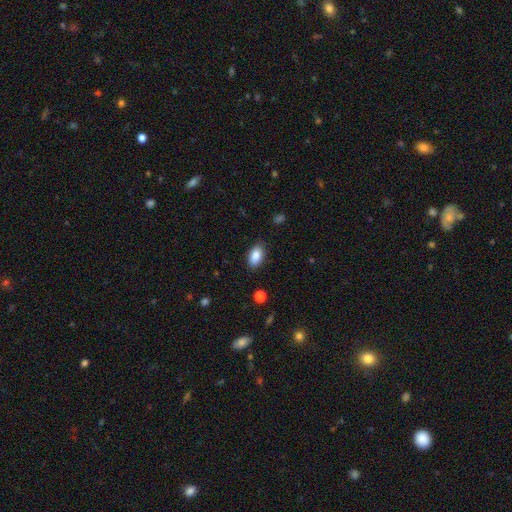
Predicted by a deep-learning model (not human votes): A smooth galaxy with no disk features (87%) that is in between round and cigar-shaped (92%). Merging: none (86%).